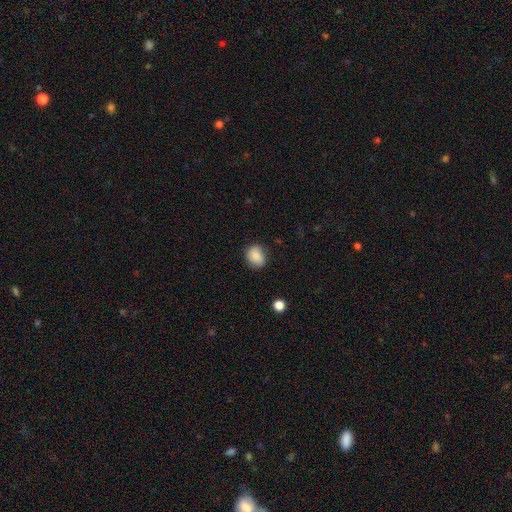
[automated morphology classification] Smooth or featured? Predicted: smooth (p=0.81). How rounded? Predicted: round (p=0.59). Merging? Predicted: none (p=0.74).